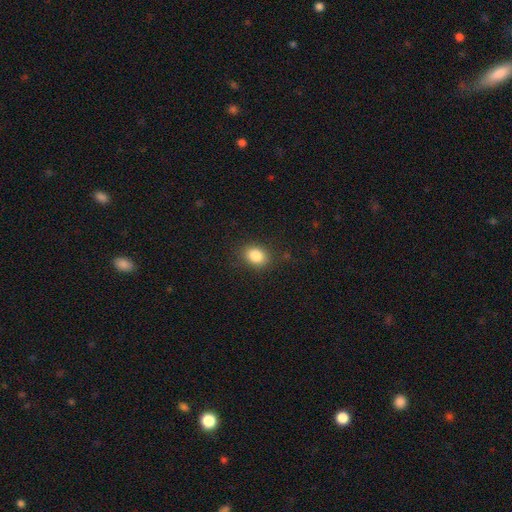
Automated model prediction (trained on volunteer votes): The model was most divided on "how rounded": in between: 64%, round: 35%, cigar-shaped: 1%. More confident: merging — none (86%); smooth or featured — smooth (85%).